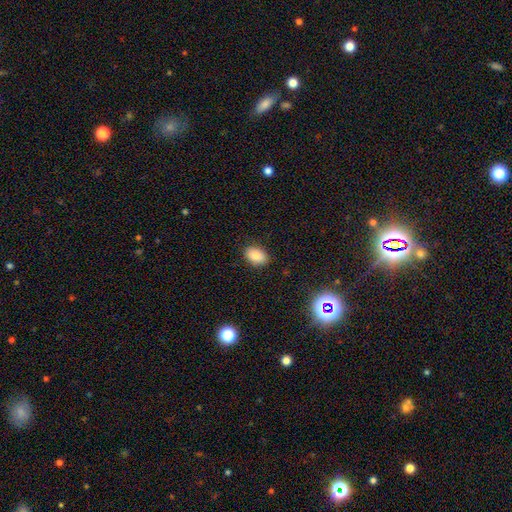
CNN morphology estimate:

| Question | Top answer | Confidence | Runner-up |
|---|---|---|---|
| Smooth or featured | smooth | 86% | star or artifact (9%) |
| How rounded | in between | 88% | round (11%) |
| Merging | none | 87% | minor disturbance (10%) |